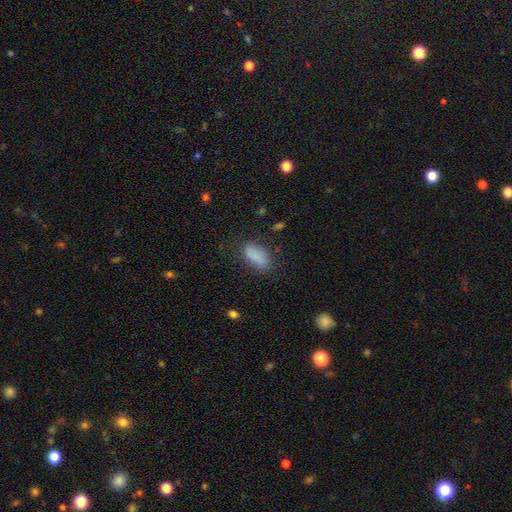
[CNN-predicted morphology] A smooth galaxy with no disk features (85%) that is in between round and cigar-shaped (85%).

Vote fractions:
- Smooth or featured? smooth: 85% / star or artifact: 9% / featured or disk: 6%
- How rounded? in between: 85% / cigar-shaped: 11% / round: 4%
- Merging? none: 72% / minor disturbance: 18% / major disturbance: 7% / merger: 2%